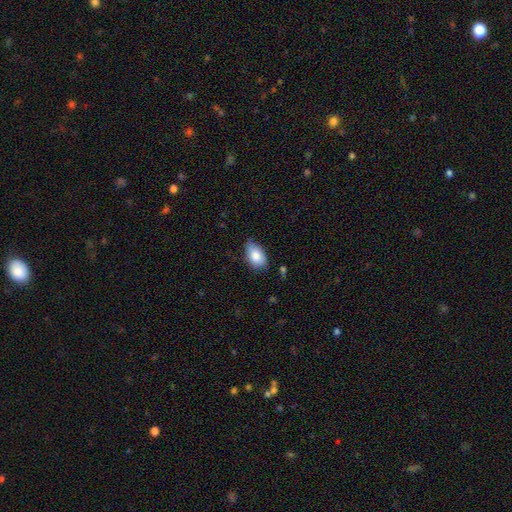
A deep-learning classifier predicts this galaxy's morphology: A smooth galaxy with no disk features (83%) that is in between round and cigar-shaped (91%). Merging: none (64%).